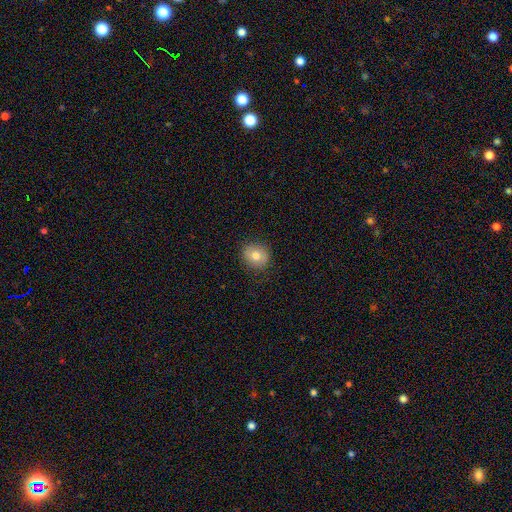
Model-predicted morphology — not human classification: Smooth or featured?
  - smooth: 75% *
  - featured or disk: 16%
  - star or artifact: 9%
How rounded?
  - round: 78% *
  - in between: 21%
  - cigar-shaped: 1%
Merging?
  - none: 86% *
  - minor disturbance: 11%
  - major disturbance: 3%
  - merger: 1%